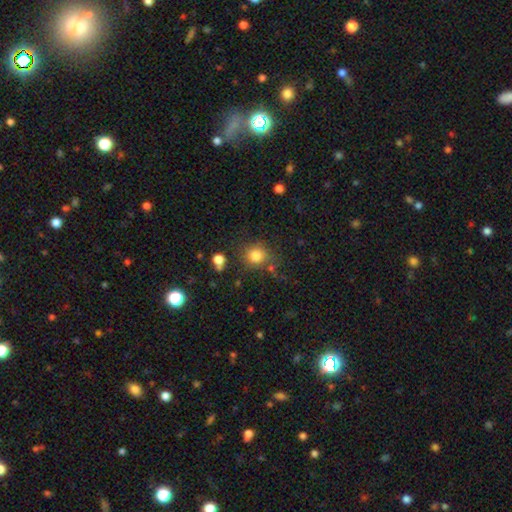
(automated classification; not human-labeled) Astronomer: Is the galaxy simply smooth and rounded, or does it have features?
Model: smooth — 80%.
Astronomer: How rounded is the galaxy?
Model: round — 86%.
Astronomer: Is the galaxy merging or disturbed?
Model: none — 75%.